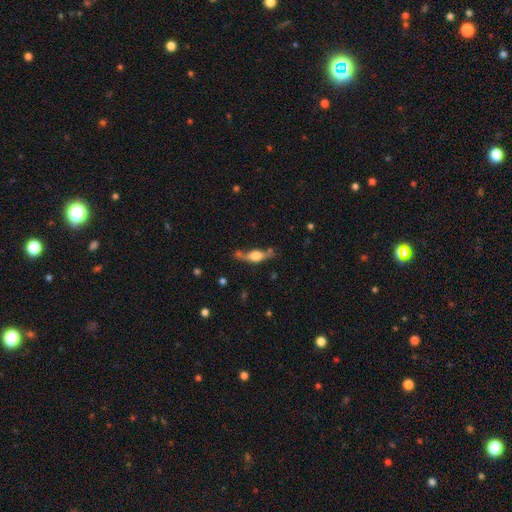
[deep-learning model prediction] smooth_or_featured: featured or disk (p=0.48) [alt: smooth p=0.44]
merging: none (p=0.56) [alt: minor disturbance p=0.22]